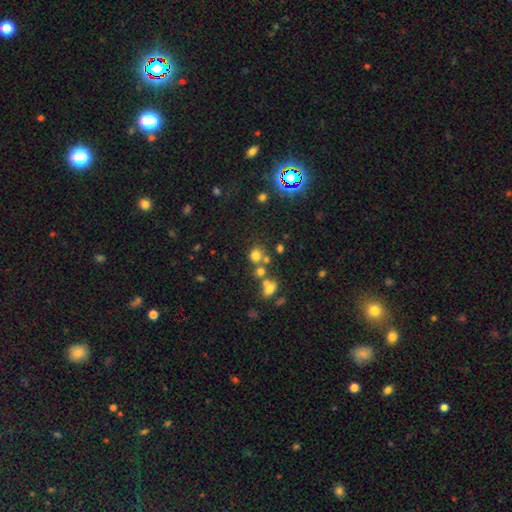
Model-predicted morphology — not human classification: Overall: smooth (67%). How rounded: round (84%). Merging: none (60%; merger 25%).